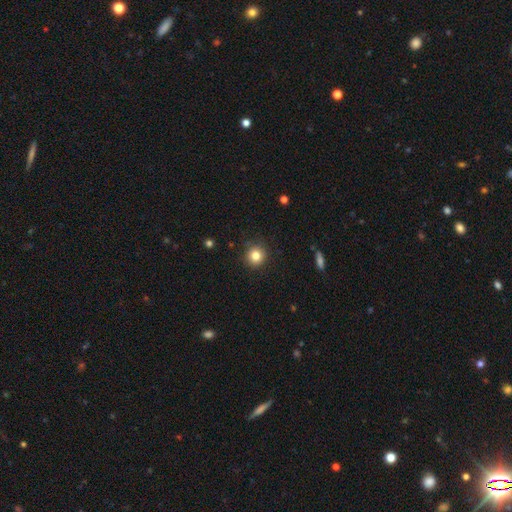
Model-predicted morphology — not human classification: The model was most divided on "smooth or featured": smooth: 82%, star or artifact: 12%, featured or disk: 6%. More confident: how rounded — round (93%); merging — none (90%).